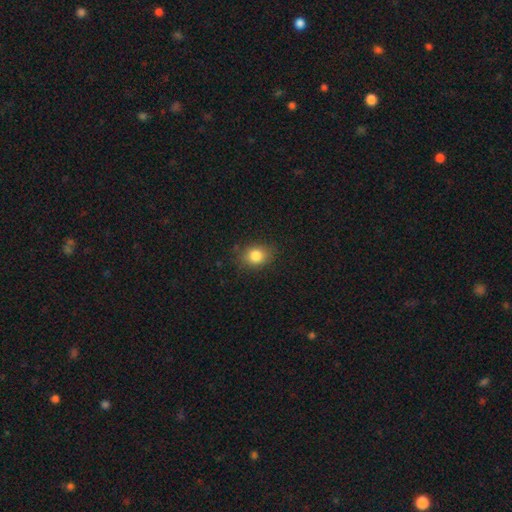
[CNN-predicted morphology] The model was most divided on "how rounded": in between: 50%, round: 49%, cigar-shaped: 1%. More confident: smooth or featured — smooth (83%); merging — none (81%).